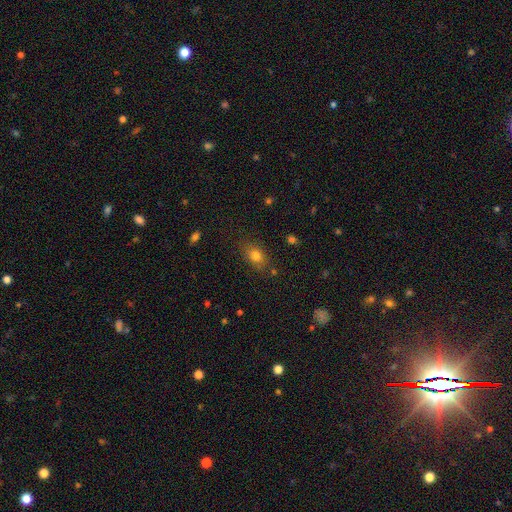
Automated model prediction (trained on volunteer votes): smooth-or-featured: smooth: 78% | star or artifact: 13% | featured or disk: 9%
  how-rounded: in between: 71% | round: 26% | cigar-shaped: 3%
  merging: none: 80% | minor disturbance: 14% | major disturbance: 4% | merger: 3%